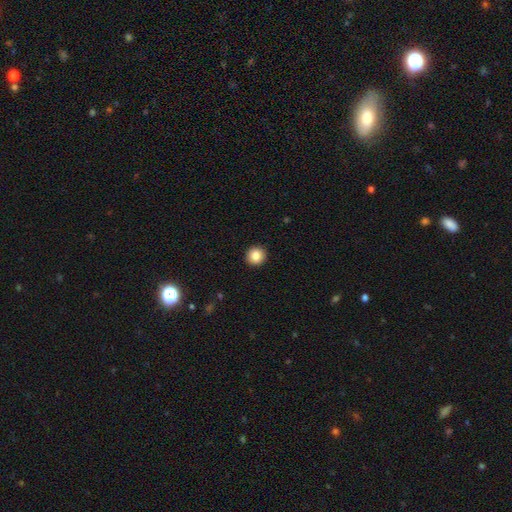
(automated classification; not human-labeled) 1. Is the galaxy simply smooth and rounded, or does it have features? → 84% smooth, 9% star or artifact, 7% featured or disk.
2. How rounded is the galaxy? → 94% round, 5% in between, 1% cigar-shaped.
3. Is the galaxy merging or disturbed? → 93% none, 4% minor disturbance, 1% major disturbance, 1% merger.